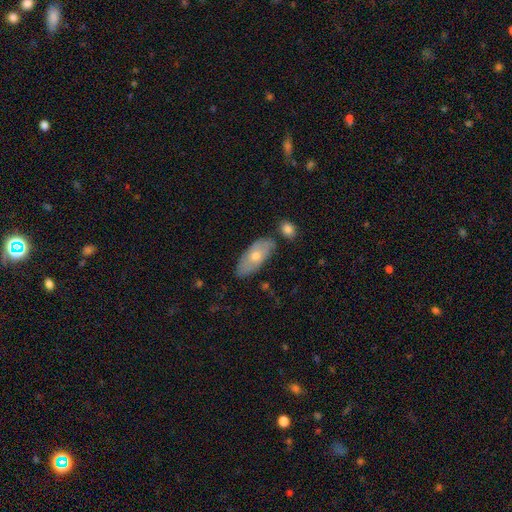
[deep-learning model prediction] Overall: smooth (52%; featured or disk 42%). How rounded: in between (84%). Merging: none (73%).